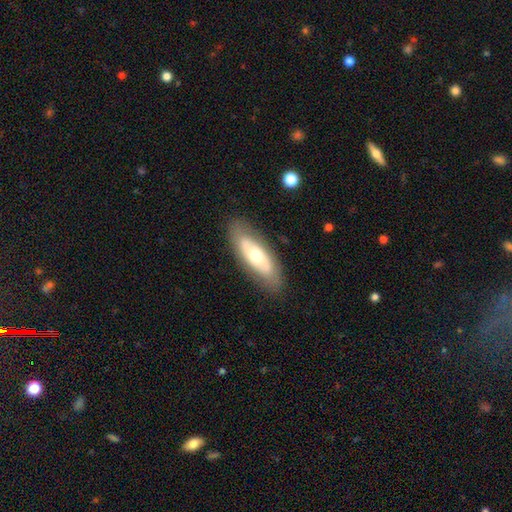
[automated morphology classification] Overall: featured or disk (51%; smooth 43%). Edge-on disk: no (78%). Merging: none (82%).